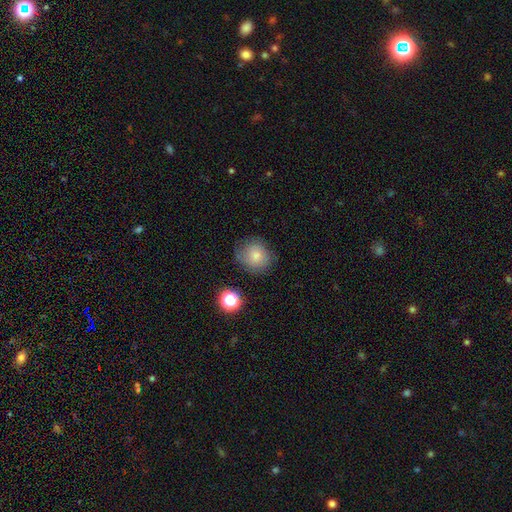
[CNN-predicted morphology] The model was most divided on "merging": none: 69%, minor disturbance: 21%, major disturbance: 7%, merger: 3%. More confident: how rounded — round (80%); smooth or featured — smooth (77%).